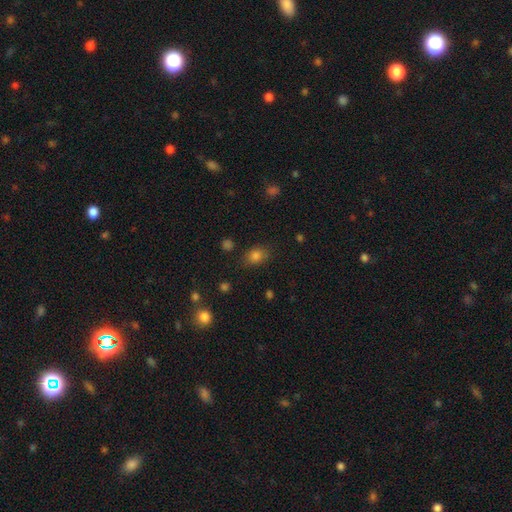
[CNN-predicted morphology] This is clearly a smooth galaxy (81%). How rounded: likely in between (63%). Merging: likely none (79%).